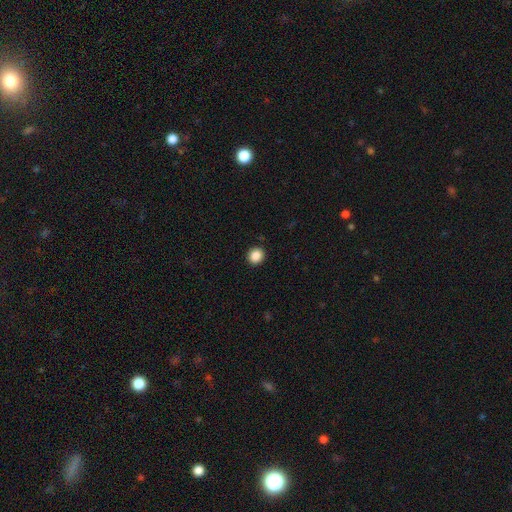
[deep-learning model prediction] Smooth or featured?
  - smooth: 88% *
  - star or artifact: 10%
  - featured or disk: 3%
How rounded?
  - round: 83% *
  - in between: 16%
  - cigar-shaped: 1%
Merging?
  - none: 92% *
  - minor disturbance: 5%
  - major disturbance: 2%
  - merger: 1%